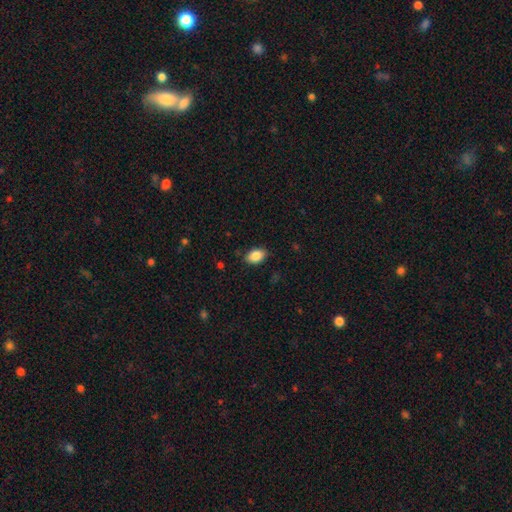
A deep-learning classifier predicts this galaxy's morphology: Smooth or featured? smooth (87%)
How rounded? in between (87%)
Merging? none (84%)